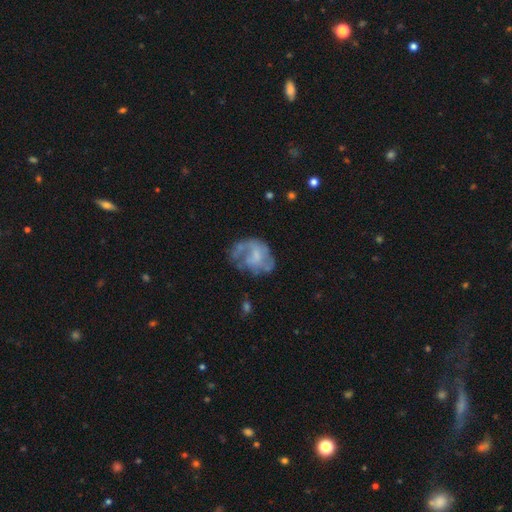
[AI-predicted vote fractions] Morphology: type=featured or disk (60%); edge-on=no (98%); bar=no (66%); spiral arms=yes (53%); bulge=none (43%); merging=none (44%).